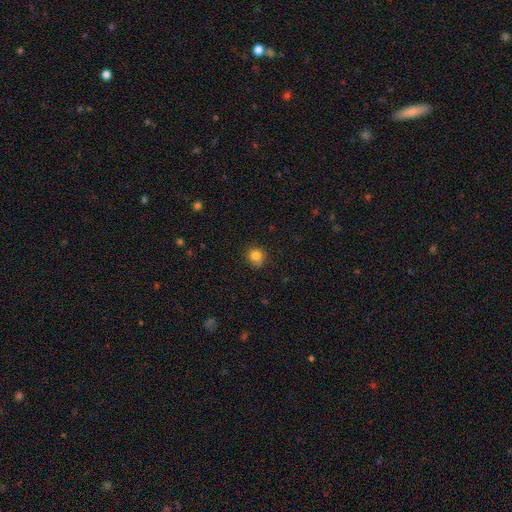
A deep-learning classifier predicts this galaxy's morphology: smooth 84%, star or artifact 11%, featured or disk 6%. Down the decision tree: how rounded — round (87%); merging — none (83%).